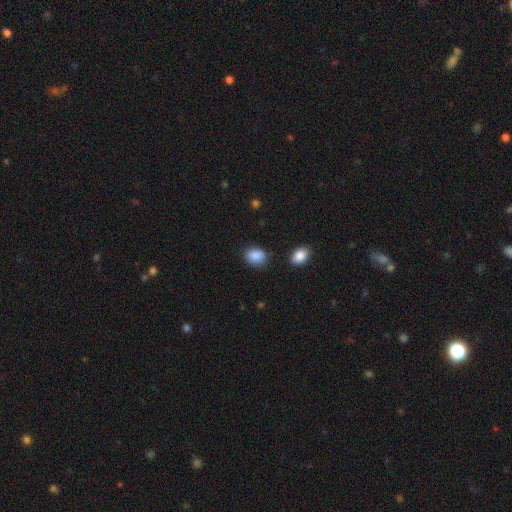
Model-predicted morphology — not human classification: Smooth or featured: smooth — 88% (star or artifact — 8%)
How rounded: in between — 63% (round — 36%)
Merging: none — 76% (minor disturbance — 16%)